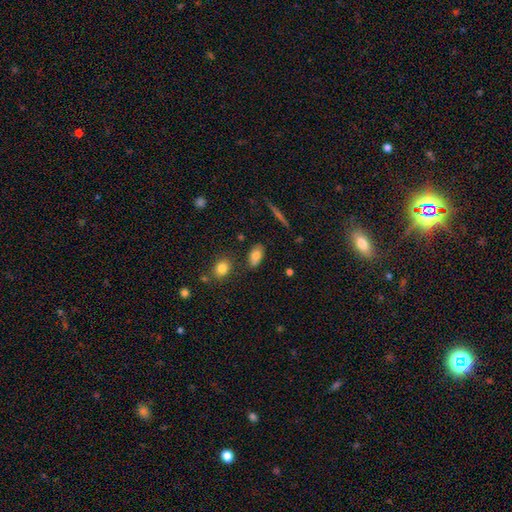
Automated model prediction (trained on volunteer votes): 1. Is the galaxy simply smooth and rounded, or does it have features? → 79% smooth, 13% featured or disk, 9% star or artifact.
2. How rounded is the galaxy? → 88% in between, 7% round, 4% cigar-shaped.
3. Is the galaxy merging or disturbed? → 72% none, 17% minor disturbance, 7% merger, 4% major disturbance.